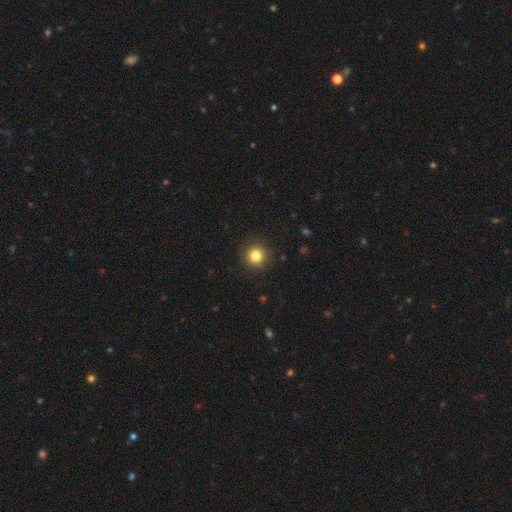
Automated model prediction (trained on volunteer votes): The model was most divided on "smooth or featured": smooth: 82%, star or artifact: 12%, featured or disk: 6%. More confident: how rounded — round (95%); merging — none (91%).